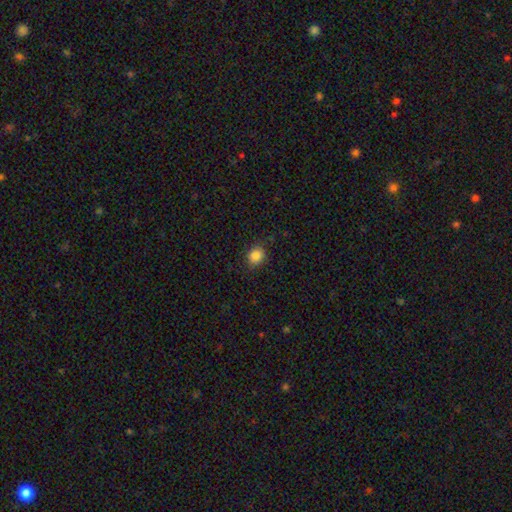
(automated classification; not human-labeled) smooth 85%, star or artifact 10%, featured or disk 4%. Down the decision tree: how rounded — round (65%); merging — none (83%).